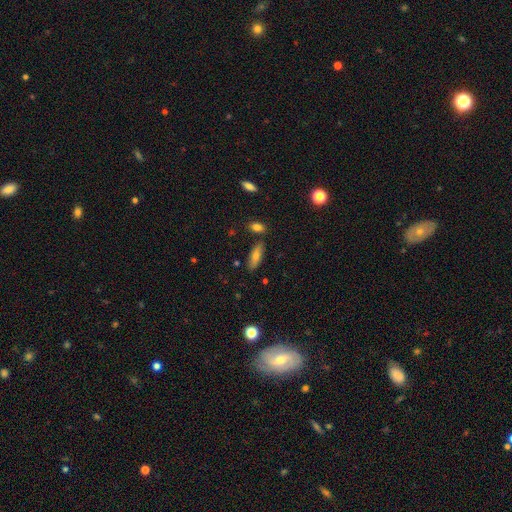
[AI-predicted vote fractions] This appears to be a smooth galaxy with no disk features (61%) that is in between round and cigar-shaped (53%). Merging: none (82%).